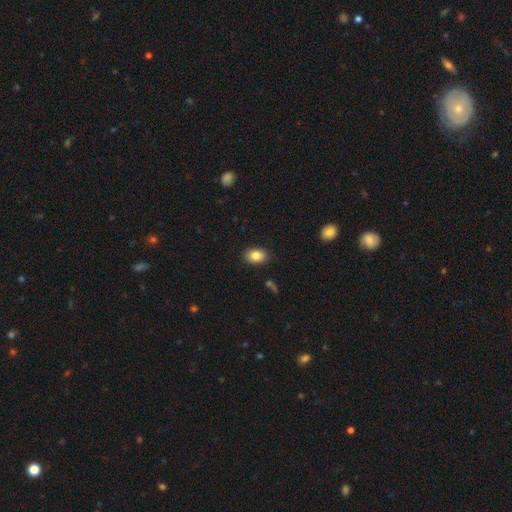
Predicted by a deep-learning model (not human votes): Overall: smooth (83%). How rounded: in between (83%). Merging: none (89%).